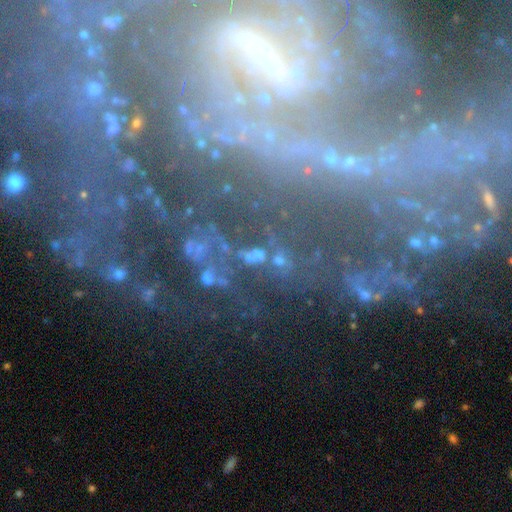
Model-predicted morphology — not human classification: A star or artifact, not a galaxy (41%).

Vote fractions:
- Smooth or featured? star or artifact: 41% / smooth: 32% / featured or disk: 28%